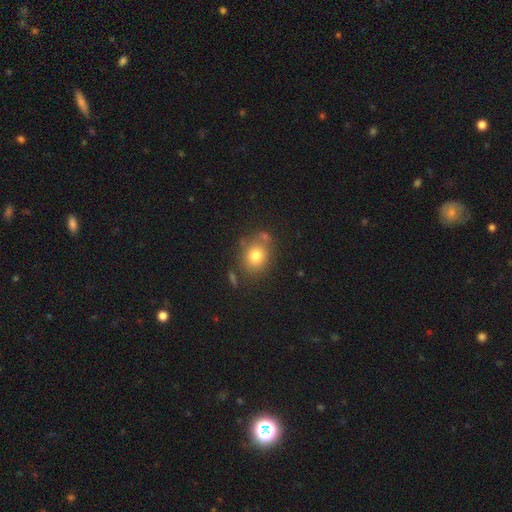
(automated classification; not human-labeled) Smooth or featured? Predicted: smooth (p=0.77). How rounded? Predicted: round (p=0.67). Merging? Predicted: none (p=0.70).